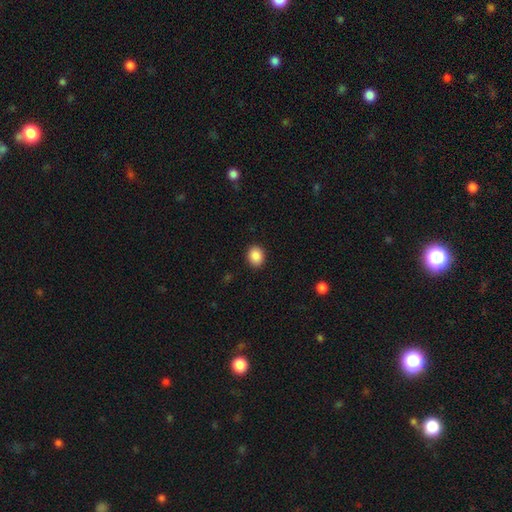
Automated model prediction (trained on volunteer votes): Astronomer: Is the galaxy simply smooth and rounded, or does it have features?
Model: smooth — 89%.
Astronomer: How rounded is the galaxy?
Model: round — 56% (runner-up: in between, 43%).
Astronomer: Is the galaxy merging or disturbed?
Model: none — 90%.